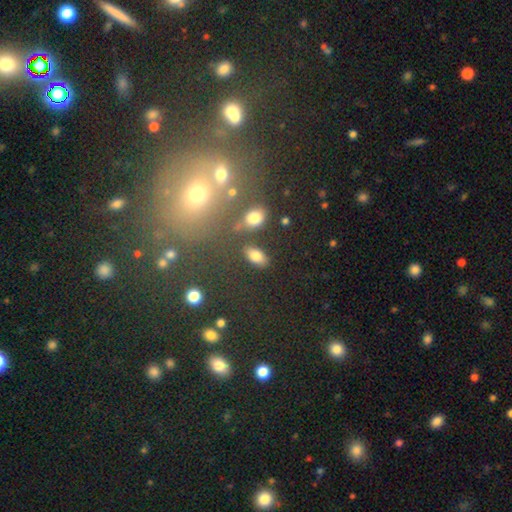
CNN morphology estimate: smooth-or-featured: smooth: 80% | star or artifact: 11% | featured or disk: 9%
  how-rounded: in between: 89% | round: 7% | cigar-shaped: 4%
  merging: none: 81% | minor disturbance: 10% | merger: 5% | major disturbance: 4%